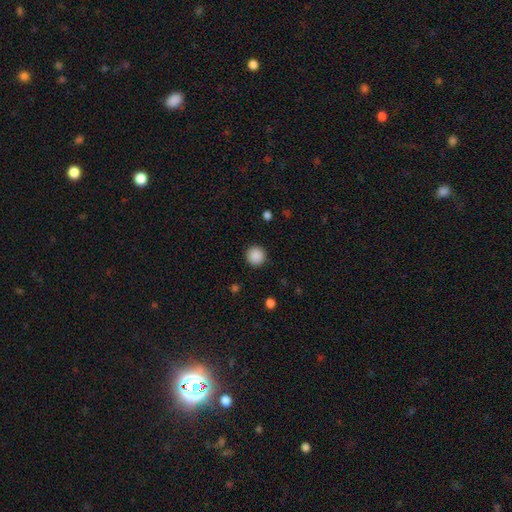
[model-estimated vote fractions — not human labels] A smooth galaxy with no disk features (89%) that is round (95%).

Vote fractions:
- Smooth or featured? smooth: 89% / star or artifact: 9% / featured or disk: 2%
- How rounded? round: 95% / in between: 4% / cigar-shaped: 1%
- Merging? none: 92% / minor disturbance: 5% / major disturbance: 2% / merger: 1%